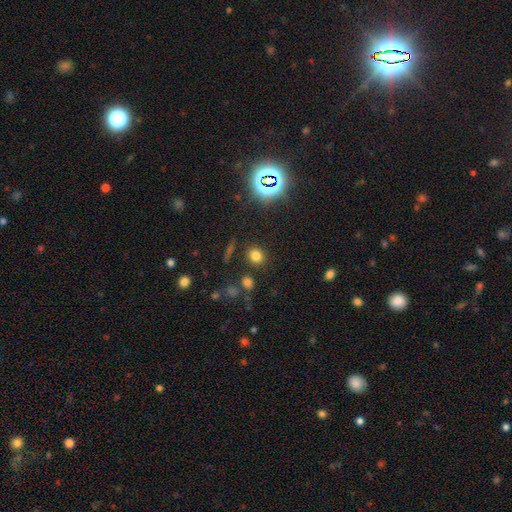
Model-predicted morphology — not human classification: This appears to be a smooth galaxy with no disk features (74%) that is round (74%). Merging: none (85%).